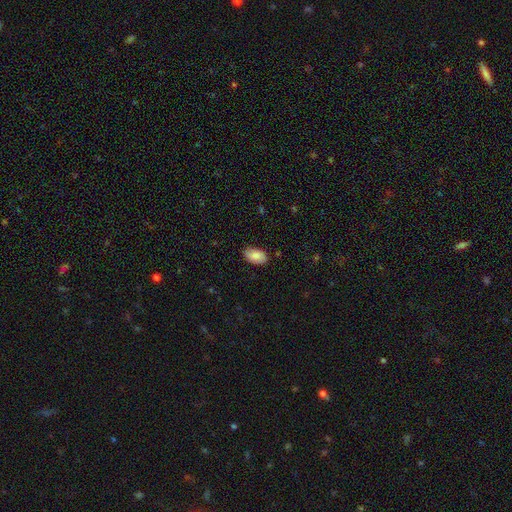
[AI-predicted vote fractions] smooth 80%, featured or disk 13%, star or artifact 7%. Down the decision tree: how rounded — in between (94%); merging — none (80%).